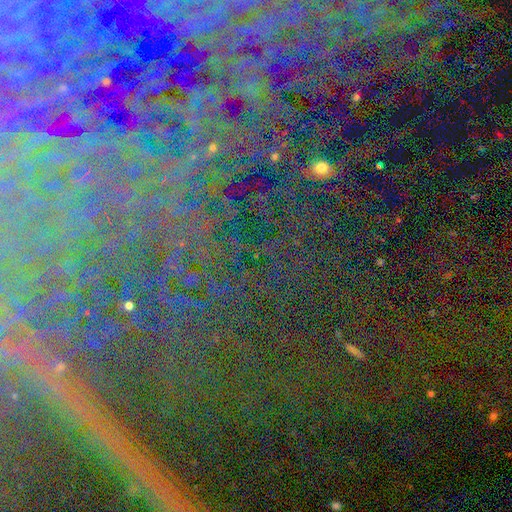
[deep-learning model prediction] A star or artifact, not a galaxy (77%).